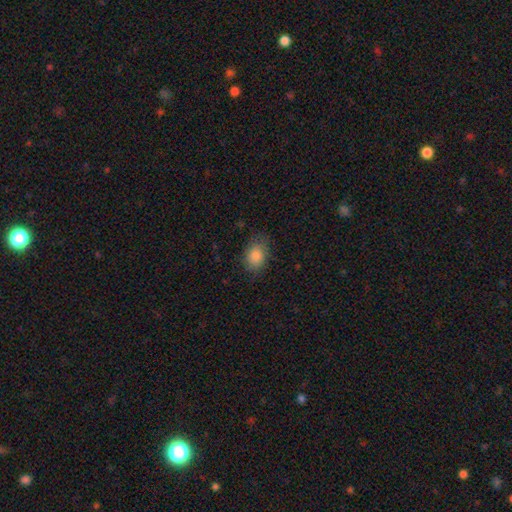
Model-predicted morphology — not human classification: smooth 84%, star or artifact 9%, featured or disk 7%. Down the decision tree: how rounded — in between (69%); merging — none (74%).